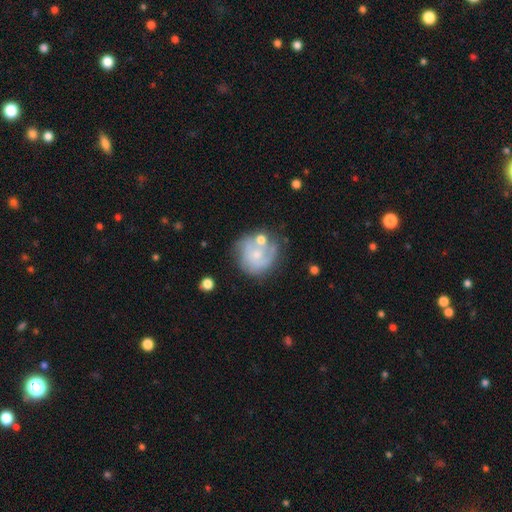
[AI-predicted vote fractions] Smooth or featured? featured or disk (62%)
Edge-on disk? no (98%)
Bar? no (76%)
Spiral arms? yes (71%)
Bulge size? small (59%)
Merging? none (53%)